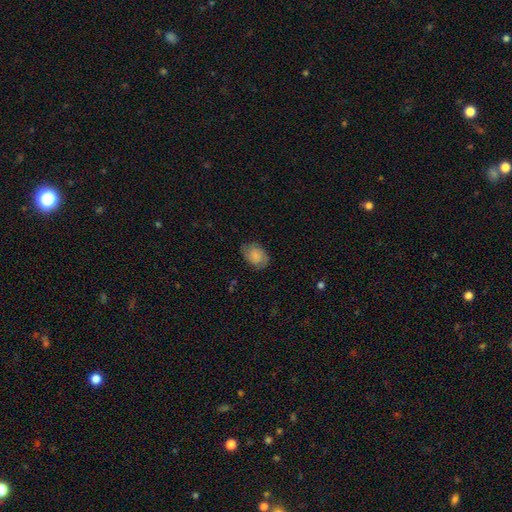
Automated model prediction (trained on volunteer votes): Morphology: type=smooth (72%); roundness=in between (77%); merging=none (75%).